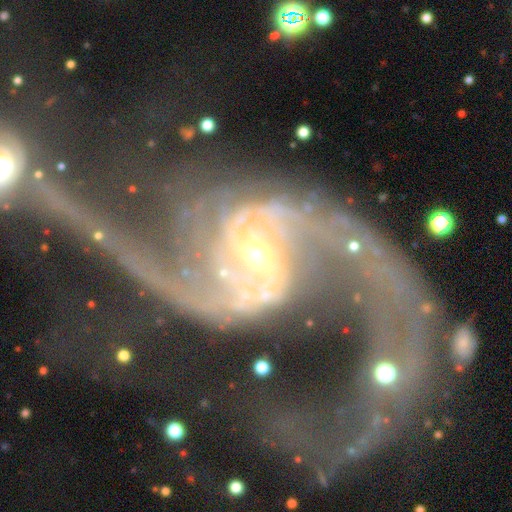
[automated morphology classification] Smooth or featured: featured or disk — 91% (star or artifact — 5%)
Edge-on disk: no — 98% (yes — 2%)
Bar: weak — 42% (strong — 29%)
Spiral arms: yes — 97% (no — 3%)
Spiral winding: loose — 65% (medium — 26%)
Spiral arm count: 2 — 80% (can't tell — 5%)
Bulge size: small — 62% (moderate — 32%)
Merging: major disturbance — 41% (merger — 24%)